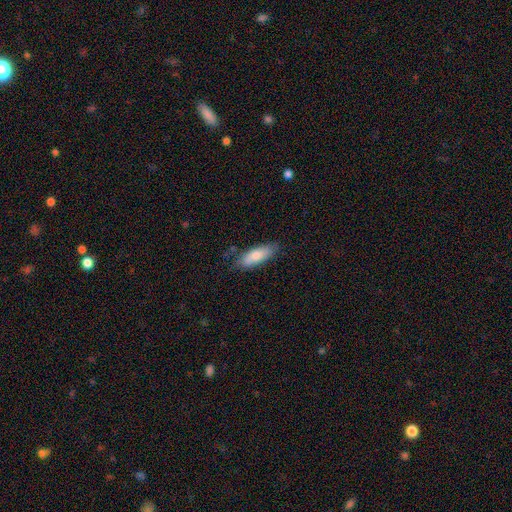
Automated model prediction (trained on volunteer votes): Smooth or featured: smooth — 78% (featured or disk — 16%)
How rounded: in between — 65% (cigar-shaped — 33%)
Merging: none — 76% (minor disturbance — 19%)